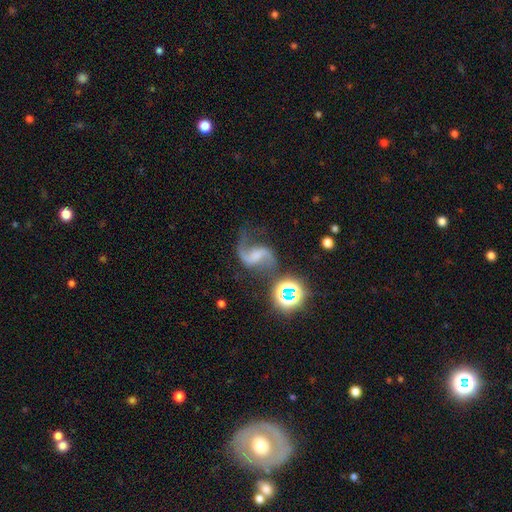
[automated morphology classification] smooth-or-featured: featured or disk: 83% | star or artifact: 11% | smooth: 6%
  disk-edge-on: no: 98% | yes: 2%
    bar: weak: 41% | no: 35% | strong: 23%
    has-spiral-arms: yes: 97% | no: 3%
      spiral-winding: loose: 77% | medium: 20% | tight: 3%
      spiral-arm-count: 2: 91% | 1: 5% | can't tell: 2% | 3: 1% | 4: 1% | more than 4: 1%
    bulge-size: none: 46% | small: 23% | moderate: 21% | large: 8% | dominant: 2%
  merging: none: 62% | minor disturbance: 17% | major disturbance: 15% | merger: 6%